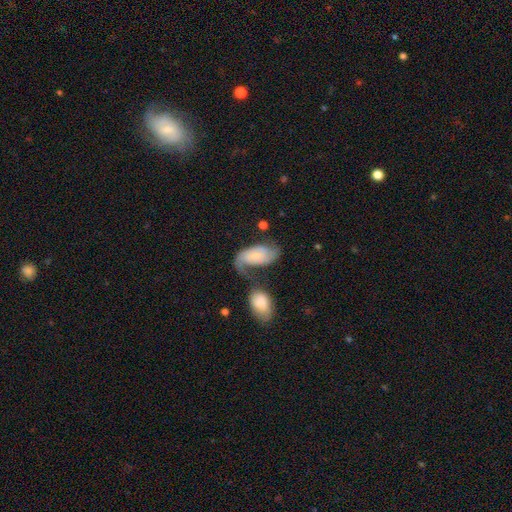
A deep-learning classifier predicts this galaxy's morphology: This appears to be a featured or disk galaxy (60%) with no bar (69%), 2 (74%) medium (40%) spiral arms (89%) and a small central bulge (61%). Merging: merger (34%).